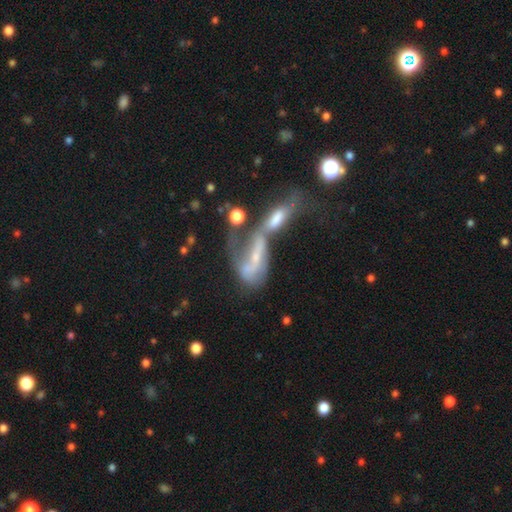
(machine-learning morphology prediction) A featured or disk galaxy (62%). Merging: merger (65%).